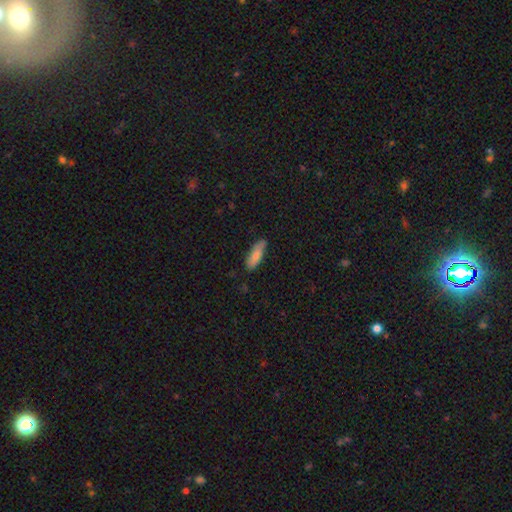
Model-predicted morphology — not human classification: A smooth galaxy with no disk features (81%) that is in between round and cigar-shaped (54%).

Vote fractions:
- Smooth or featured? smooth: 81% / featured or disk: 13% / star or artifact: 6%
- How rounded? in between: 54% / cigar-shaped: 44% / round: 2%
- Merging? none: 74% / minor disturbance: 21% / major disturbance: 3% / merger: 2%